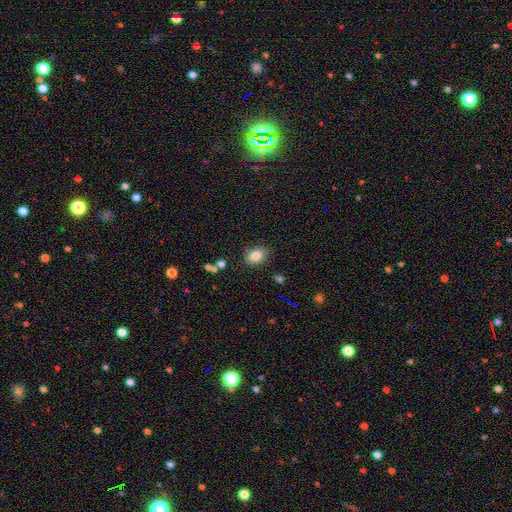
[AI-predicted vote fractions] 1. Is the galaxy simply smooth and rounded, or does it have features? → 83% smooth, 10% star or artifact, 7% featured or disk.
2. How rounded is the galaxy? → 73% in between, 26% round, 1% cigar-shaped.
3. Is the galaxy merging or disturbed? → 80% none, 14% minor disturbance, 3% major disturbance, 3% merger.